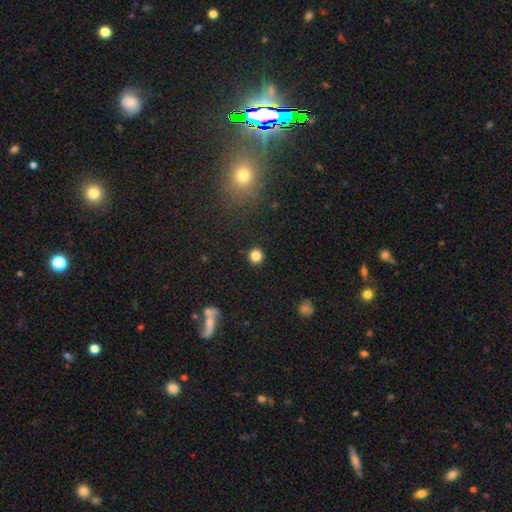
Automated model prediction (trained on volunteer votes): This appears to be a smooth galaxy with no disk features (83%) that is round (94%). Merging: none (92%).